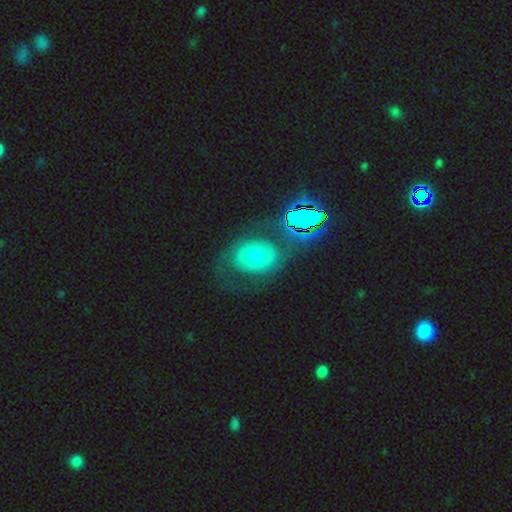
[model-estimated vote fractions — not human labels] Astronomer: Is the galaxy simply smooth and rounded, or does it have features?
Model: featured or disk — 59%.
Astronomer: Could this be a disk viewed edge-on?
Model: no — 95%.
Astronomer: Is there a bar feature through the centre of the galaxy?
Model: no — 72%.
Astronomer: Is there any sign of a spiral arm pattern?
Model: yes — 56% (runner-up: no, 44%).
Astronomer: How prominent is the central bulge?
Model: moderate — 62%.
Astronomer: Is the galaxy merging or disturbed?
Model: none — 65%.